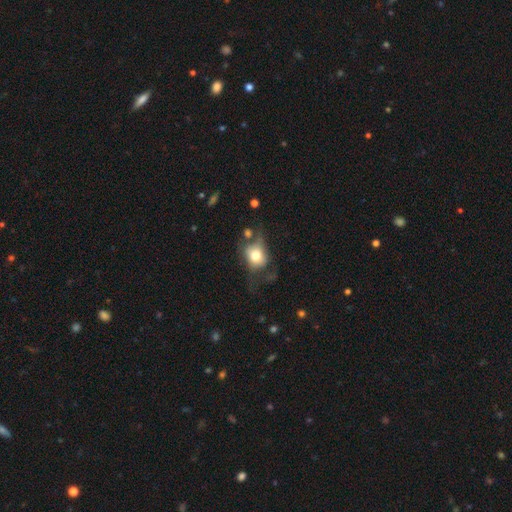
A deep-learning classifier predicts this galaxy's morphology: This is likely a smooth galaxy (68%). How rounded: possibly round (53%). Merging: marginally none (36%).